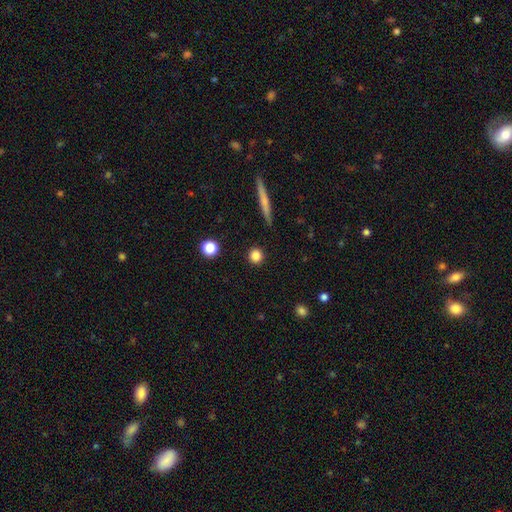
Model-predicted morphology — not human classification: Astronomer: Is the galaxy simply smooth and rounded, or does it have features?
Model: smooth — 83%.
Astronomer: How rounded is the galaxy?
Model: round — 92%.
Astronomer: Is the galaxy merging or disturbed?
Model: none — 91%.